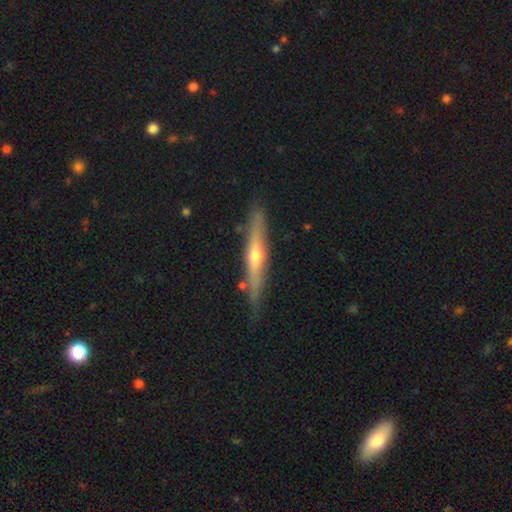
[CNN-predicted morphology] A featured or disk galaxy (68%) viewed edge-on (95%) with a rounded central bulge (86%).

Vote fractions:
- Smooth or featured? featured or disk: 68% / smooth: 26% / star or artifact: 6%
- Edge-on disk? yes: 95% / no: 5%
- Edge-on bulge? rounded: 86% / none: 11% / boxy: 3%
- Merging? none: 82% / minor disturbance: 13% / merger: 3% / major disturbance: 2%